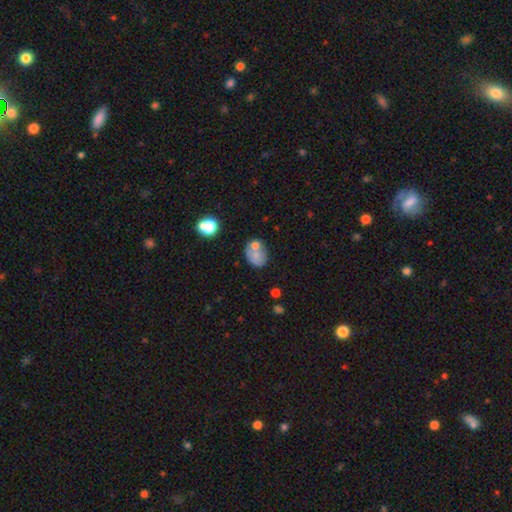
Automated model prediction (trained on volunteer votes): Smooth or featured? Predicted: smooth (p=0.65). How rounded? Predicted: in between (p=0.53). Merging? Predicted: none (p=0.48).